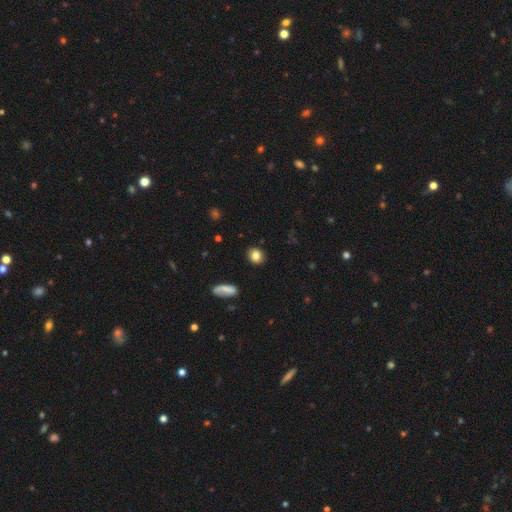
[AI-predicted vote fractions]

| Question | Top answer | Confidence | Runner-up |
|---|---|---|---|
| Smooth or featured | smooth | 82% | star or artifact (9%) |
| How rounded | round | 67% | in between (31%) |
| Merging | none | 88% | minor disturbance (8%) |